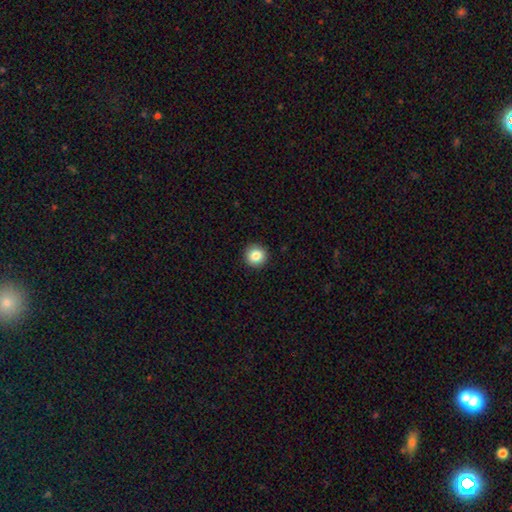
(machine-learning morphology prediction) This appears to be a smooth galaxy with no disk features (85%) that is round (95%). Merging: none (93%).